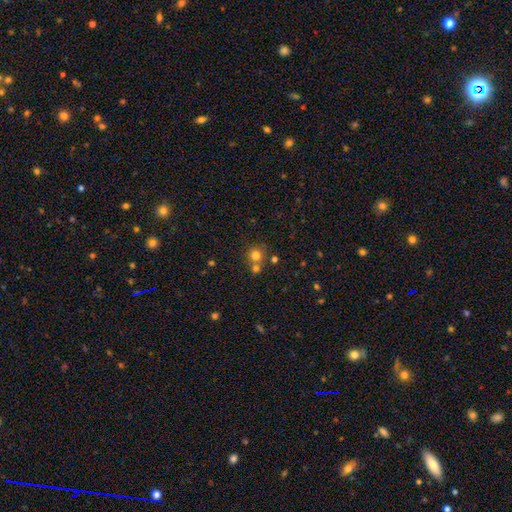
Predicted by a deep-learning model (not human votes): Morphology: type=smooth (76%); roundness=round (90%); merging=none (59%).